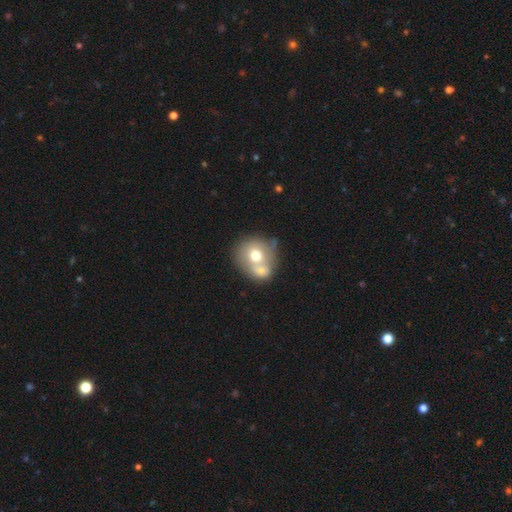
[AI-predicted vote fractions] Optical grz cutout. It shows a smooth galaxy with no disk features (65%) that is round (81%). Merging: merger (58%).